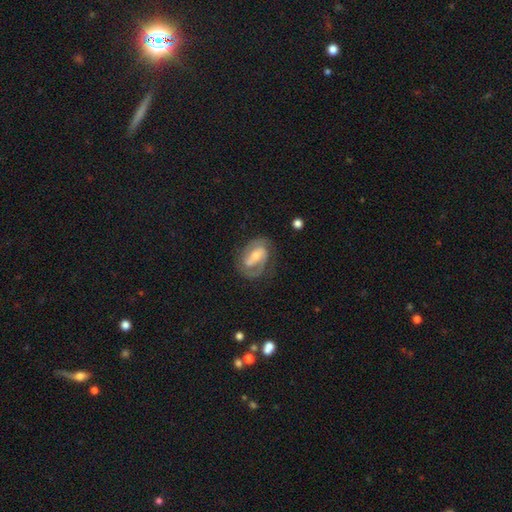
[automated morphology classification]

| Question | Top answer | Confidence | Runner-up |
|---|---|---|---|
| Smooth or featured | featured or disk | 82% | smooth (12%) |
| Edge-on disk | no | 97% | yes (3%) |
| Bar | weak | 42% | strong (36%) |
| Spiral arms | yes | 93% | no (7%) |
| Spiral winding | tight | 45% | medium (43%) |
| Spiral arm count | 2 | 78% | can't tell (9%) |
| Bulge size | moderate | 51% | small (42%) |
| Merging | none | 72% | minor disturbance (17%) |